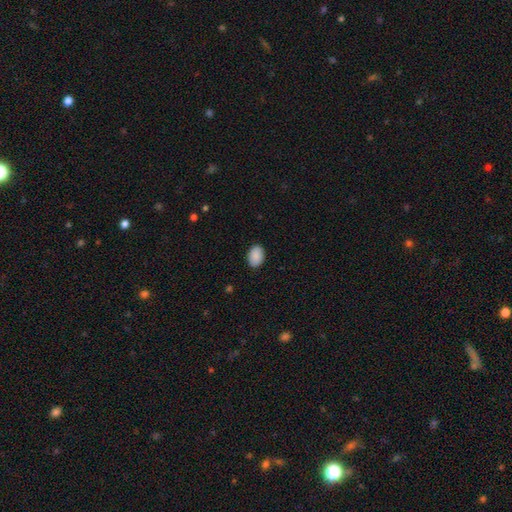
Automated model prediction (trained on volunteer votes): smooth_or_featured: smooth (p=0.90) [alt: star or artifact p=0.07]
how_rounded: in between (p=0.82) [alt: round p=0.17]
merging: none (p=0.89) [alt: minor disturbance p=0.08]